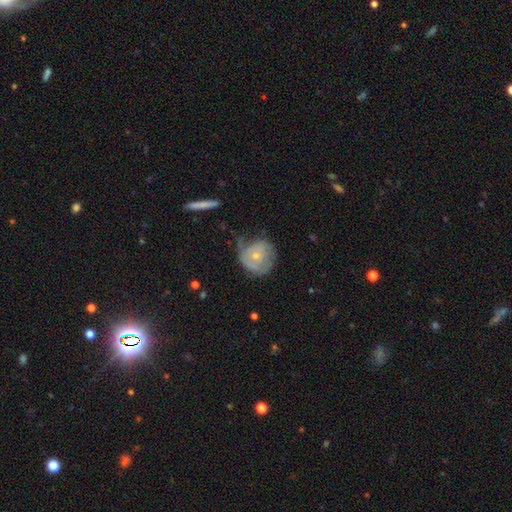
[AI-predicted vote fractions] The model was most divided on "smooth or featured": featured or disk: 48%, smooth: 45%, star or artifact: 7%. Remaining: merging — none (44%).